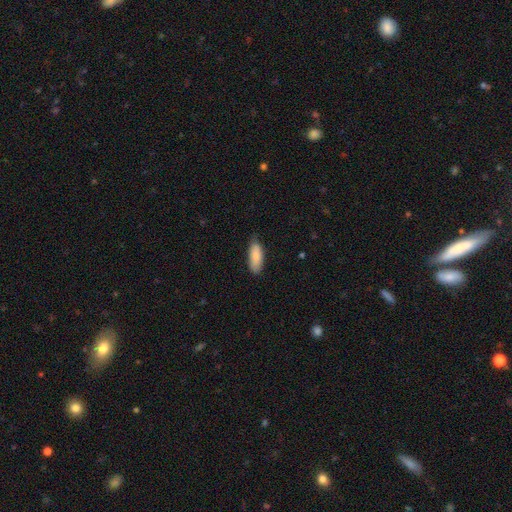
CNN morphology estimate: Smooth or featured? Predicted: smooth (p=0.86). How rounded? Predicted: in between (p=0.73). Merging? Predicted: none (p=0.77).